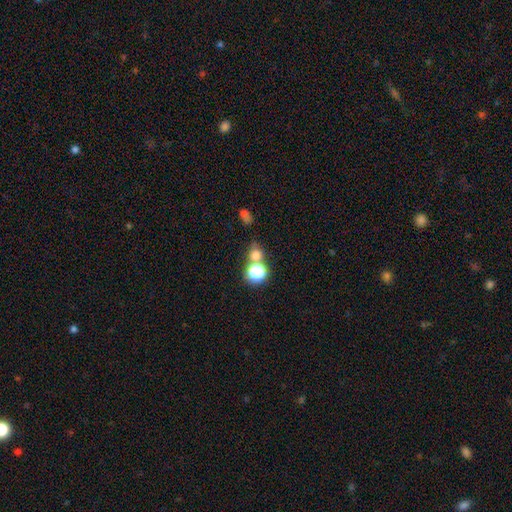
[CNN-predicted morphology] This is likely a smooth galaxy (64%). How rounded: likely round (80%). Merging: possibly none (56%).